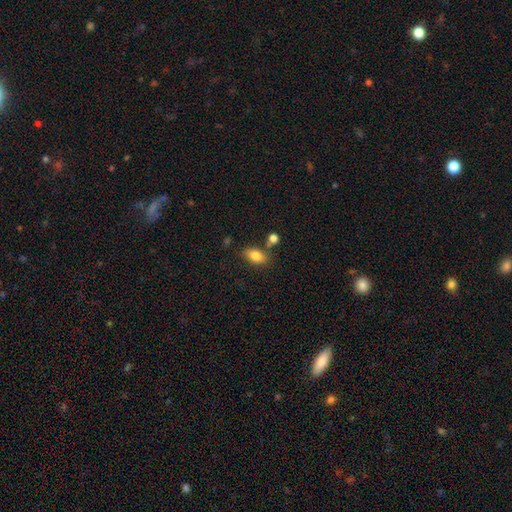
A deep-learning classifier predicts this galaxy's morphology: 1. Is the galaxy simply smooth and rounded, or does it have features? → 82% smooth, 10% featured or disk, 9% star or artifact.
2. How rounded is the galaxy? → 87% in between, 9% round, 4% cigar-shaped.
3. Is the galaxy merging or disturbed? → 72% none, 13% minor disturbance, 11% merger, 4% major disturbance.